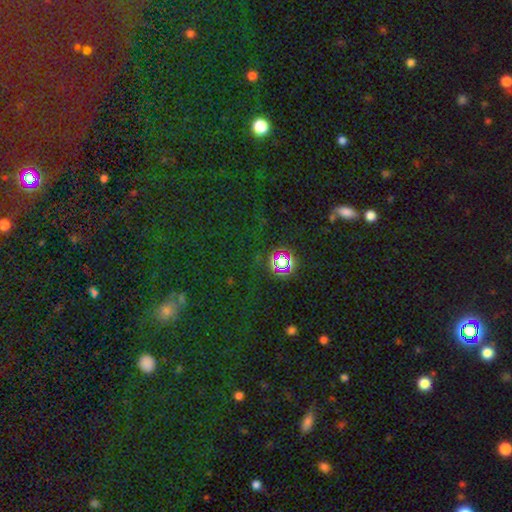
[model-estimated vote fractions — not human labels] A star or artifact, not a galaxy (70%).

Vote fractions:
- Smooth or featured? star or artifact: 70% / smooth: 22% / featured or disk: 8%